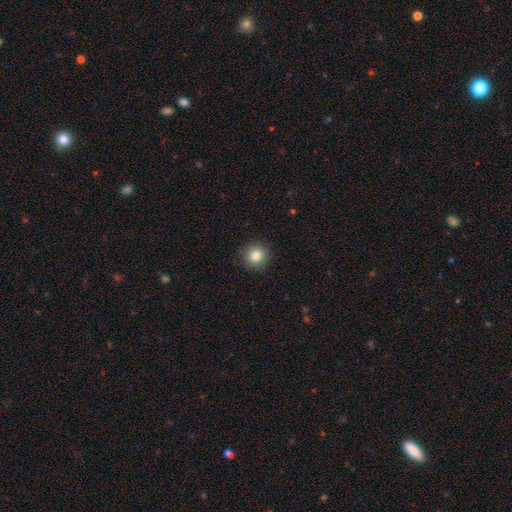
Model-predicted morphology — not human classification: type=smooth (83%); roundness=round (94%); merging=none (91%).